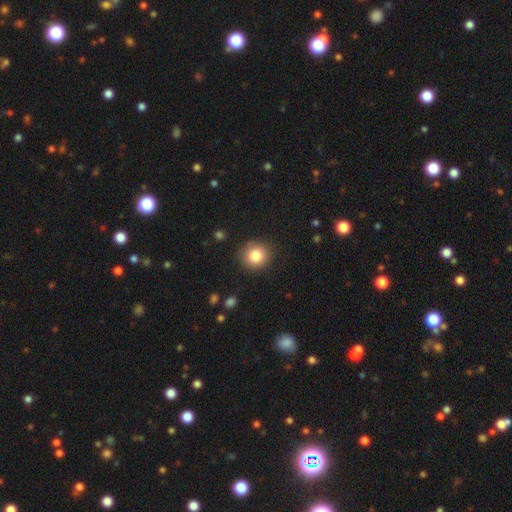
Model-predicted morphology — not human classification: smooth 83%, star or artifact 10%, featured or disk 7%. Down the decision tree: how rounded — round (88%); merging — none (87%).